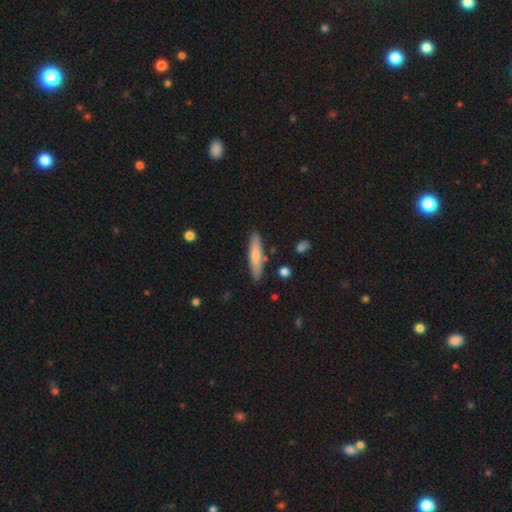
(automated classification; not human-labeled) This appears to be a smooth galaxy with no disk features (73%) that is cigar-shaped (83%). Merging: none (86%).